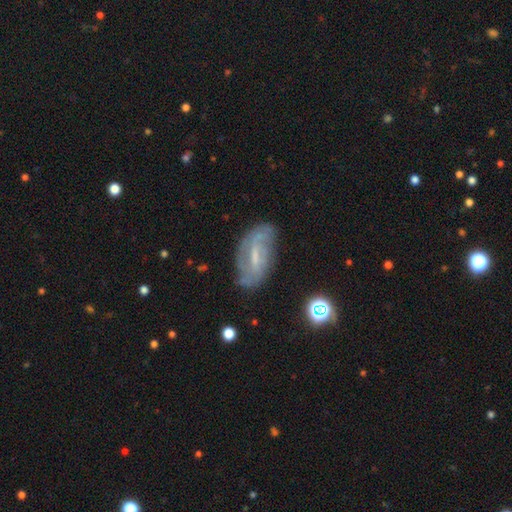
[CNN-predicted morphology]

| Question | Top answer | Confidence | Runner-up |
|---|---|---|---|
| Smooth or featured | featured or disk | 65% | smooth (25%) |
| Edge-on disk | no | 91% | yes (9%) |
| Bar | weak | 51% | strong (28%) |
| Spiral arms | yes | 78% | no (22%) |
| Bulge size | small | 50% | moderate (26%) |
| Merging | none | 68% | minor disturbance (21%) |